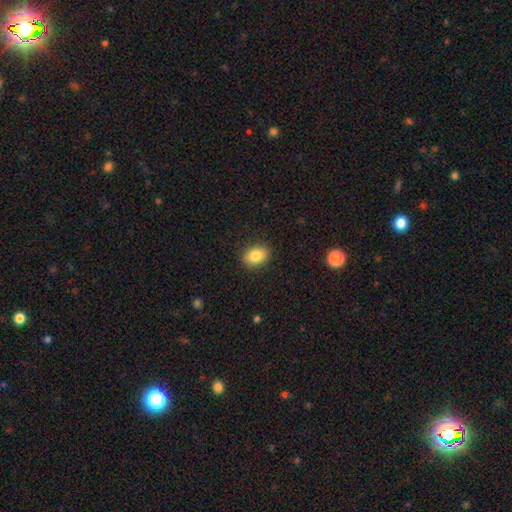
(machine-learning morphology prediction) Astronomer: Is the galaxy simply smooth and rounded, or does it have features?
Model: smooth — 84%.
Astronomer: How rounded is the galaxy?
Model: in between — 71%.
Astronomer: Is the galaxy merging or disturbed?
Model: none — 89%.